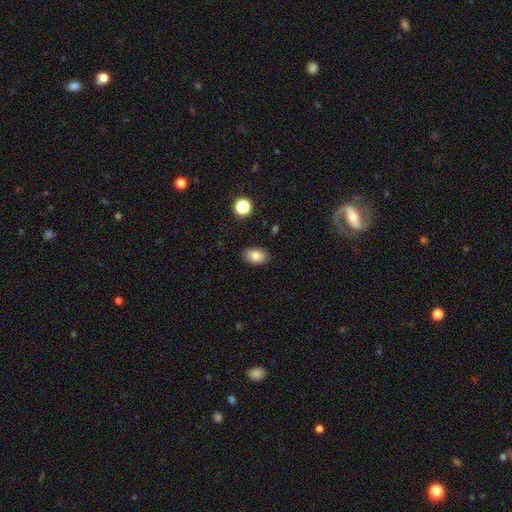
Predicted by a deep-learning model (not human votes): Smooth or featured?
  - smooth: 81% *
  - featured or disk: 9%
  - star or artifact: 9%
How rounded?
  - in between: 85% *
  - round: 14%
  - cigar-shaped: 1%
Merging?
  - none: 87% *
  - minor disturbance: 9%
  - major disturbance: 2%
  - merger: 1%